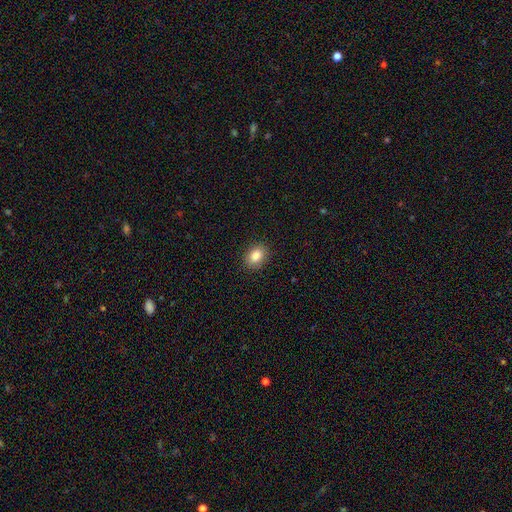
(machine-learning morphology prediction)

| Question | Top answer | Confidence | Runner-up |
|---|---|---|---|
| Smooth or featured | smooth | 85% | star or artifact (9%) |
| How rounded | in between | 68% | round (30%) |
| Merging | none | 89% | minor disturbance (8%) |